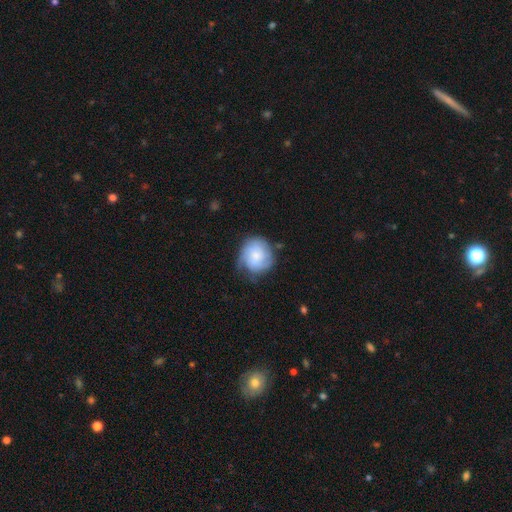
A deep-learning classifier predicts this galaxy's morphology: A smooth galaxy with no disk features (46%, tied with featured or disk). Merging: none (59%).